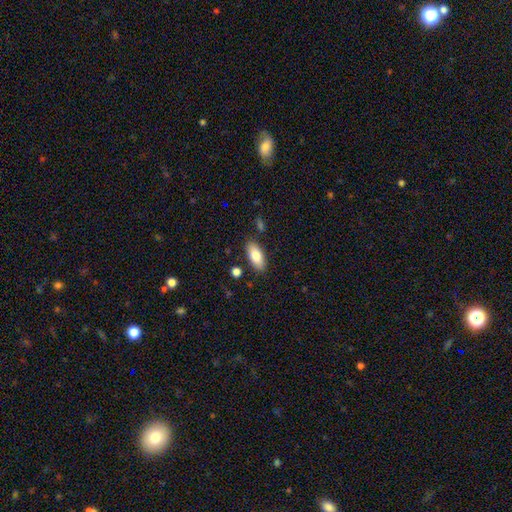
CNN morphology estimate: A smooth galaxy with no disk features (82%) that is in between round and cigar-shaped (85%). Merging: none (84%).